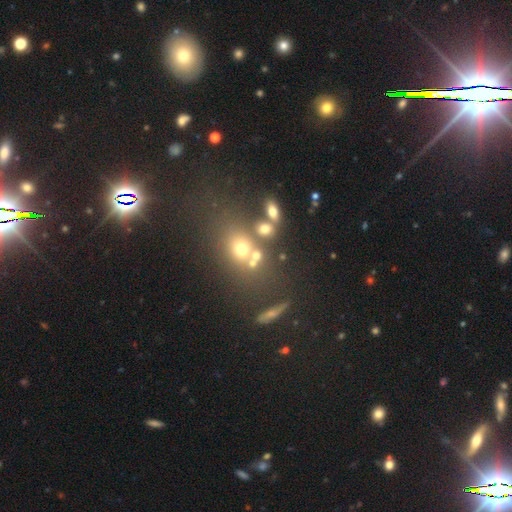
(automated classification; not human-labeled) Overall: smooth (62%). How rounded: round (60%; in between 36%). Merging: none (49%; merger 32%).